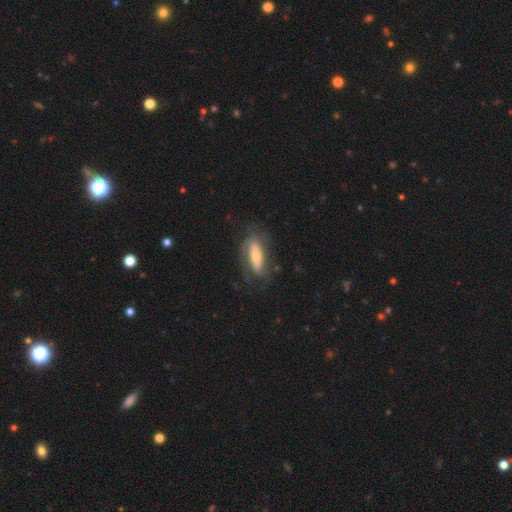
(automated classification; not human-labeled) smooth-or-featured: featured or disk: 61% | smooth: 33% | star or artifact: 7%
  disk-edge-on: no: 84% | yes: 16%
    bar: no: 44% | strong: 31% | weak: 26%
    has-spiral-arms: yes: 72% | no: 28%
    bulge-size: moderate: 45% | small: 43% | large: 8% | none: 2% | dominant: 2%
  merging: none: 63% | minor disturbance: 20% | major disturbance: 15% | merger: 2%